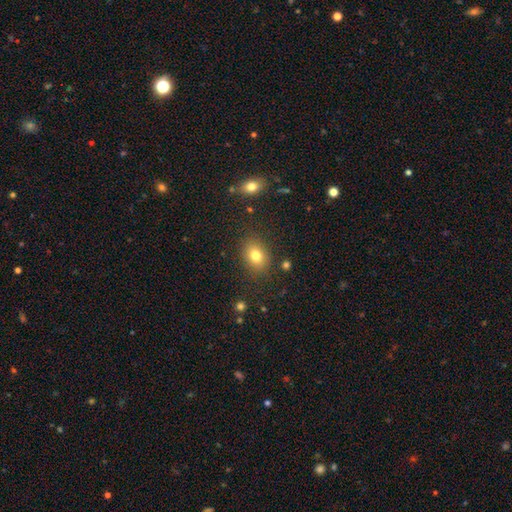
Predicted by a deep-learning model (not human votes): Smooth or featured? smooth (79%)
How rounded? in between (59%)
Merging? none (84%)